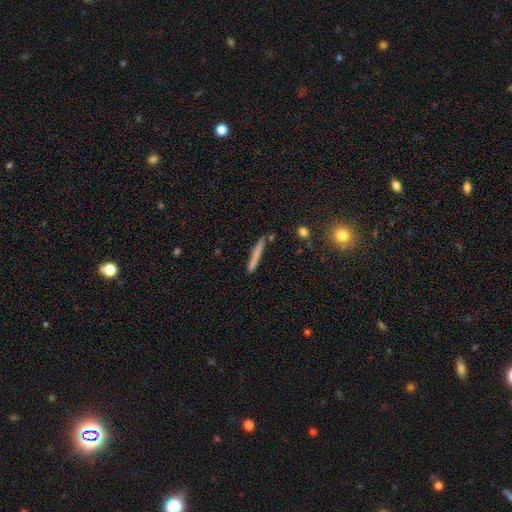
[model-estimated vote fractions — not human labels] Smooth or featured? Predicted: smooth (p=0.68). How rounded? Predicted: cigar-shaped (p=0.96). Merging? Predicted: none (p=0.86).